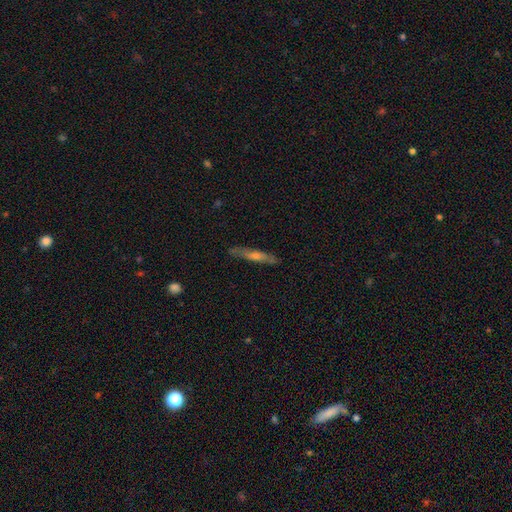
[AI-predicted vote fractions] Smooth or featured? featured or disk (60%)
Edge-on disk? yes (87%)
Edge-on bulge? rounded (81%)
Merging? none (87%)